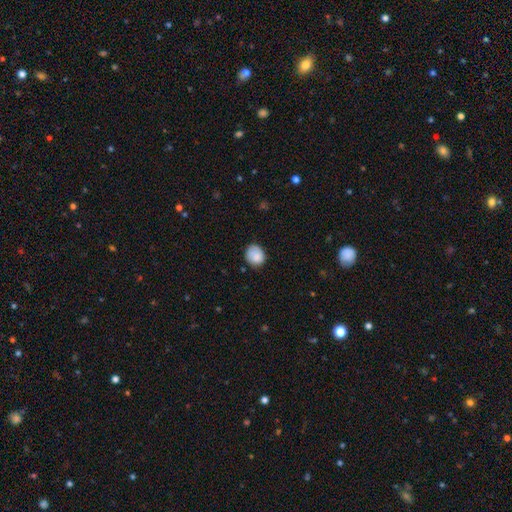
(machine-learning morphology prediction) smooth-or-featured: smooth: 86% | star or artifact: 8% | featured or disk: 6%
  how-rounded: round: 72% | in between: 27% | cigar-shaped: 1%
  merging: none: 76% | minor disturbance: 19% | major disturbance: 4% | merger: 1%